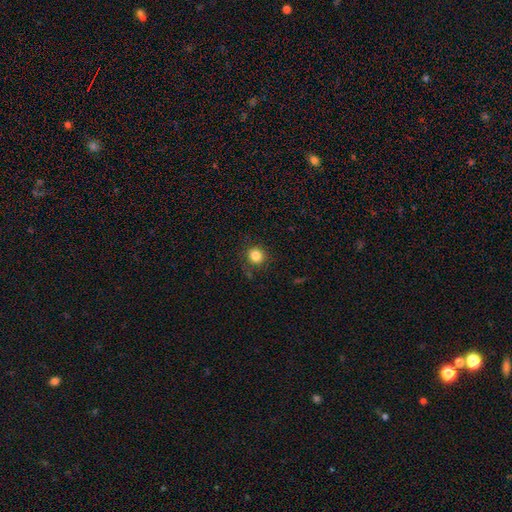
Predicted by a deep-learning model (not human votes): This appears to be a smooth galaxy with no disk features (84%) that is round (91%). Merging: none (86%).